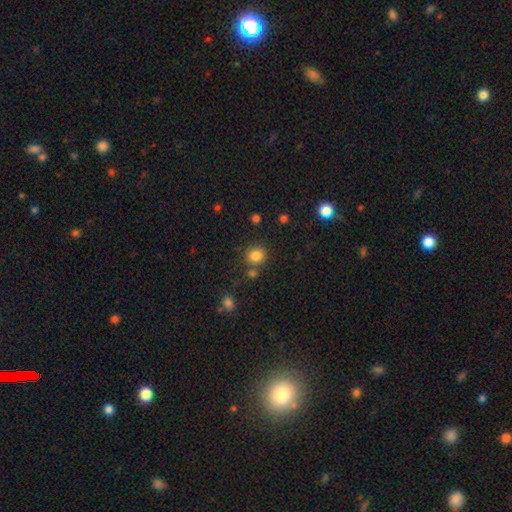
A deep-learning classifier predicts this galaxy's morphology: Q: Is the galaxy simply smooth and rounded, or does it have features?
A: smooth — 83%.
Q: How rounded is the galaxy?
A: round — 89%.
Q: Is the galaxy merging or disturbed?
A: none — 78%.